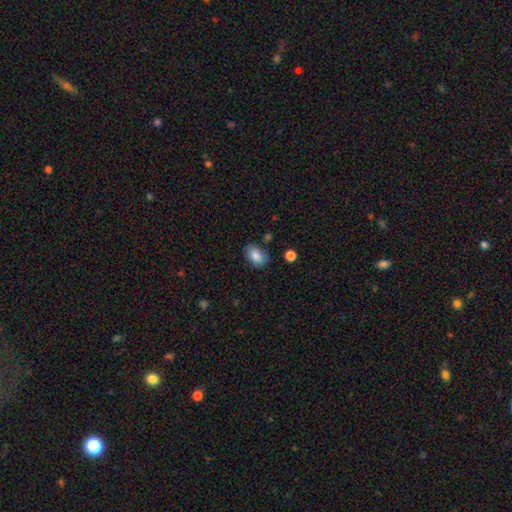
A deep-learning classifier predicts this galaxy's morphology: Q: Smooth or featured?
A: smooth (85%); runner-up: featured or disk (8%)
Q: How rounded?
A: in between (86%); runner-up: round (13%)
Q: Merging?
A: none (77%); runner-up: minor disturbance (17%)